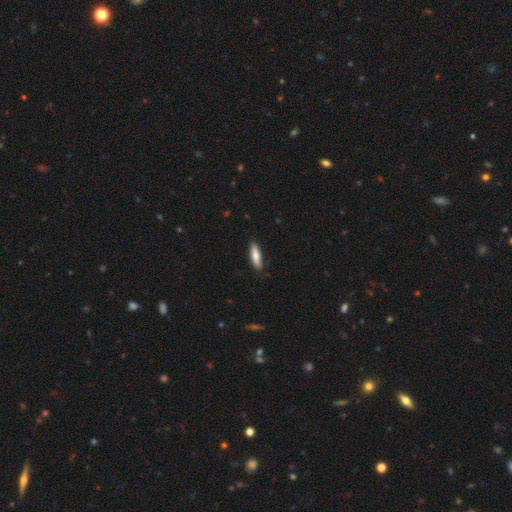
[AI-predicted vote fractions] Smooth or featured?
  - smooth: 73% *
  - featured or disk: 21%
  - star or artifact: 6%
How rounded?
  - cigar-shaped: 63% *
  - in between: 35%
  - round: 2%
Merging?
  - none: 86% *
  - minor disturbance: 11%
  - major disturbance: 2%
  - merger: 1%